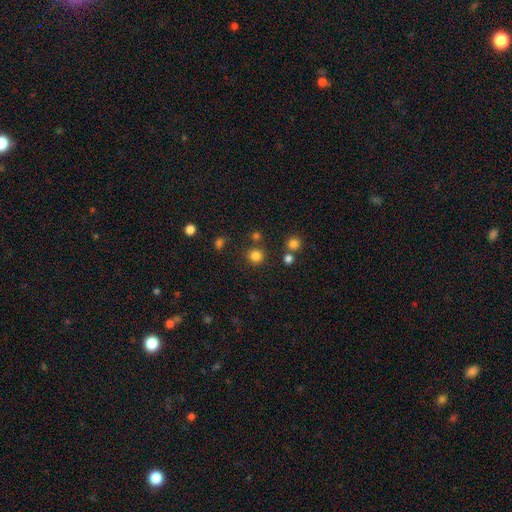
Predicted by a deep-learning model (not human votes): This appears to be a smooth galaxy with no disk features (80%) that is round (92%). Merging: none (83%).